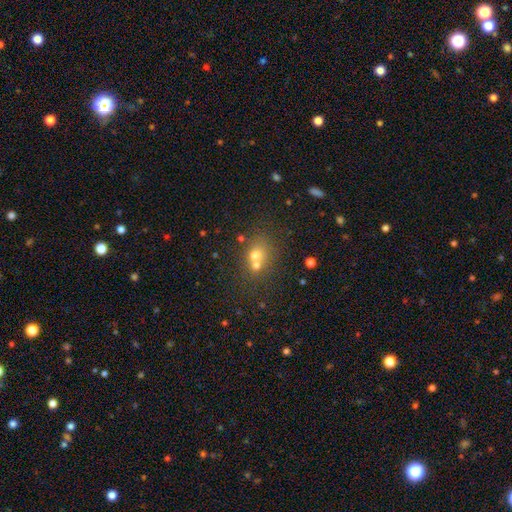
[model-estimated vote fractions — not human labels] A smooth galaxy with no disk features (63%) that is round (70%). Merging: merger (49%).